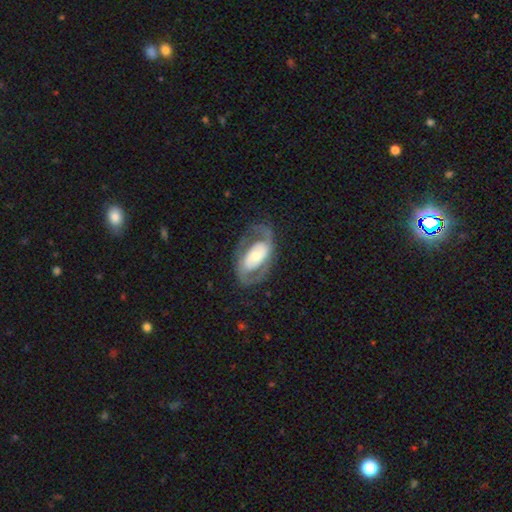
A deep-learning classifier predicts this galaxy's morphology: A featured or disk galaxy (76%) with no bar (60%), 2 (78%) medium (44%) spiral arms (72%) and a moderate central bulge (46%). Merging: none (64%).